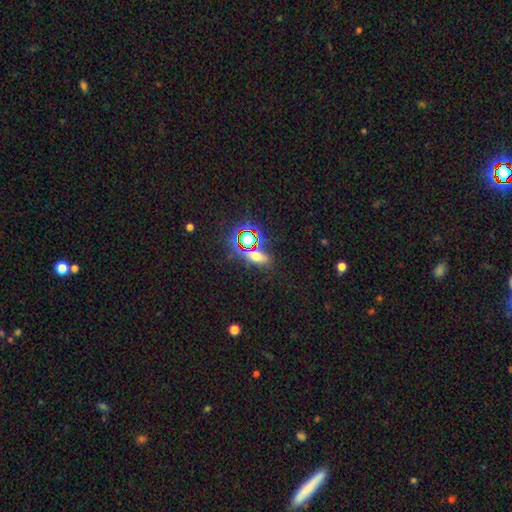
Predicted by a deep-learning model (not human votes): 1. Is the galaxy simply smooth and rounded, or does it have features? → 44% smooth, 41% star or artifact, 15% featured or disk.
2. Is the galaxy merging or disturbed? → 72% none, 13% minor disturbance, 9% merger, 7% major disturbance.